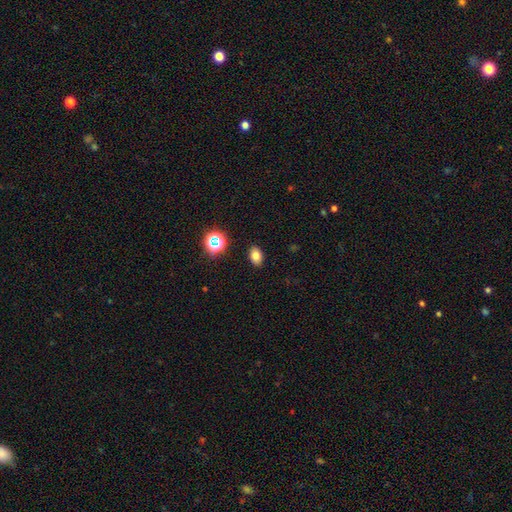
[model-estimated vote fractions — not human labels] Smooth or featured?
  - smooth: 77% *
  - star or artifact: 15%
  - featured or disk: 9%
How rounded?
  - in between: 83% *
  - round: 15%
  - cigar-shaped: 1%
Merging?
  - none: 88% *
  - minor disturbance: 8%
  - major disturbance: 2%
  - merger: 1%